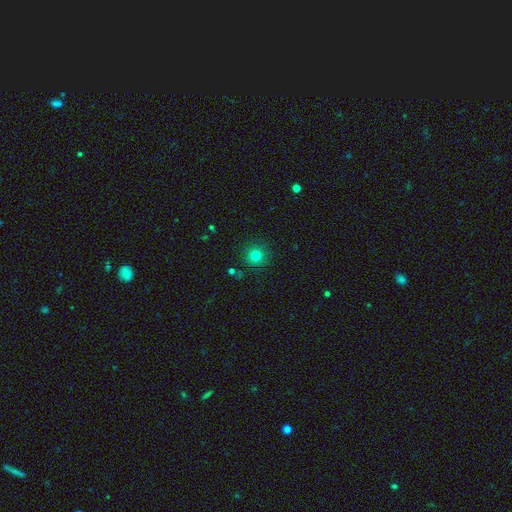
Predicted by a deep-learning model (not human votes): Smooth or featured? smooth (79%)
How rounded? round (94%)
Merging? none (89%)